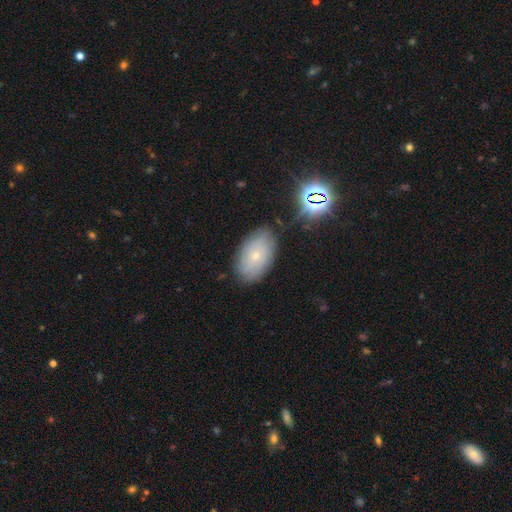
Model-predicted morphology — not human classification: type=smooth (56%); roundness=in between (91%); merging=none (77%).